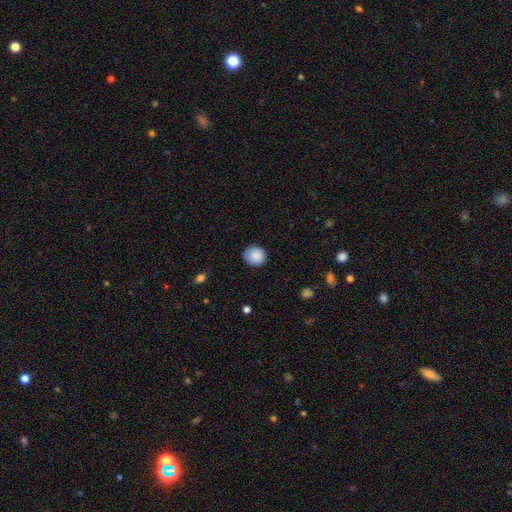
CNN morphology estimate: Smooth or featured? Predicted: smooth (p=0.88). How rounded? Predicted: round (p=0.88). Merging? Predicted: none (p=0.85).